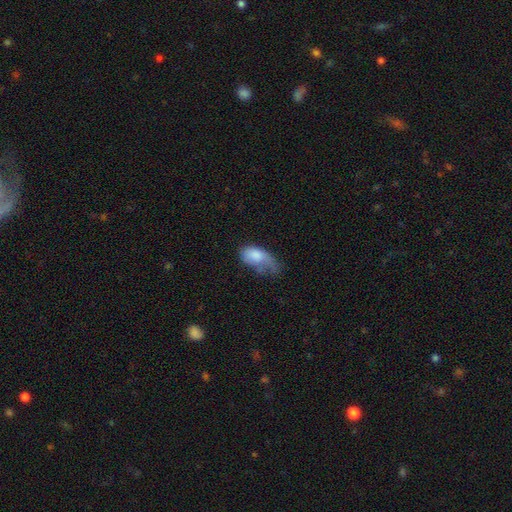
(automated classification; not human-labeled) A smooth galaxy with no disk features (74%) that is in between round and cigar-shaped (90%). Merging: major disturbance (46%).